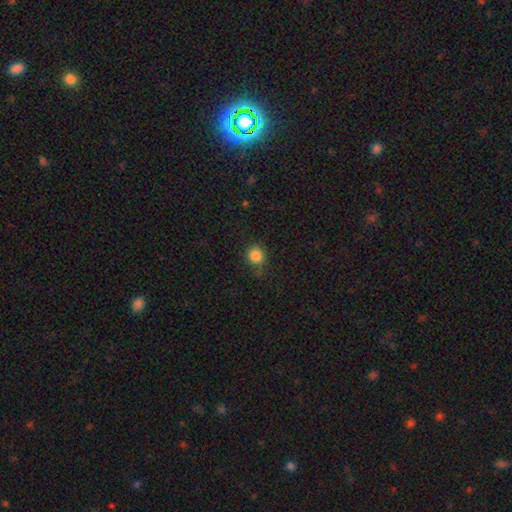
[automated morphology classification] smooth_or_featured: smooth (p=0.85) [alt: star or artifact p=0.11]
how_rounded: round (p=0.89) [alt: in between p=0.10]
merging: none (p=0.79) [alt: minor disturbance p=0.15]